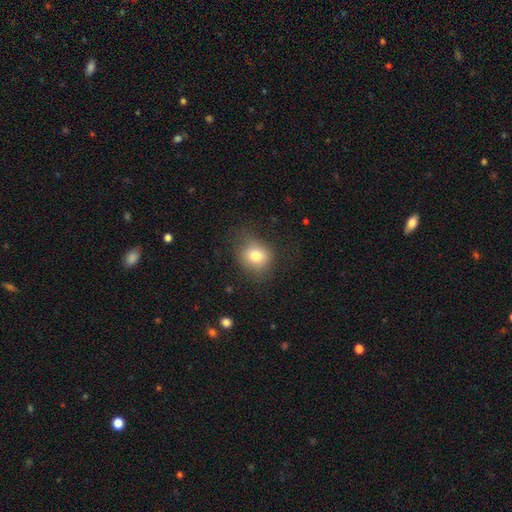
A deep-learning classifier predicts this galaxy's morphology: Smooth or featured: smooth — 77% (star or artifact — 12%)
How rounded: round — 73% (in between — 27%)
Merging: none — 67% (minor disturbance — 22%)